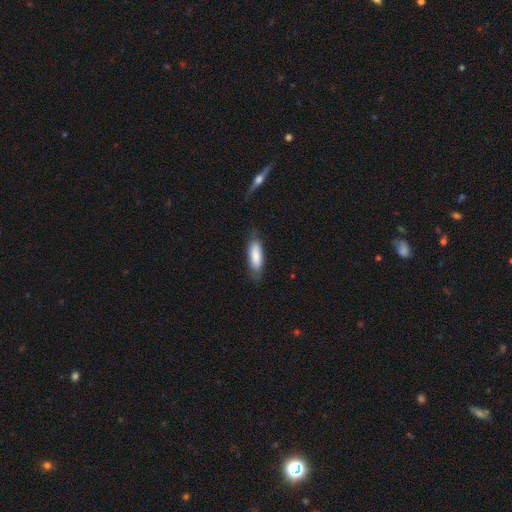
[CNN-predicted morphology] Smooth or featured: smooth — 80% (featured or disk — 14%)
How rounded: in between — 55% (cigar-shaped — 44%)
Merging: none — 75% (minor disturbance — 18%)